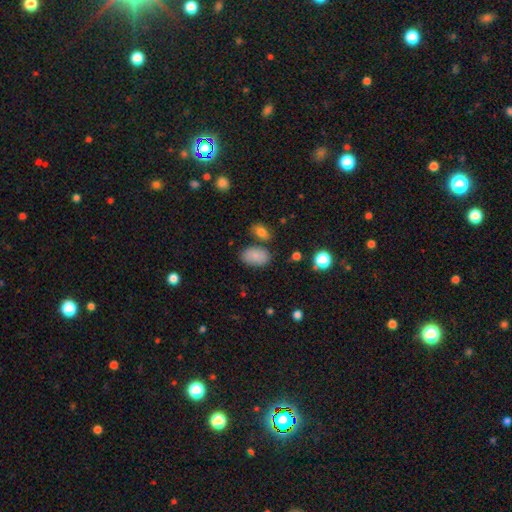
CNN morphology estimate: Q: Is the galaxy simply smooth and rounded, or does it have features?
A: smooth — 83%.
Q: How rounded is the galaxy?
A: in between — 90%.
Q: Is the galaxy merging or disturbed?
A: none — 72%.